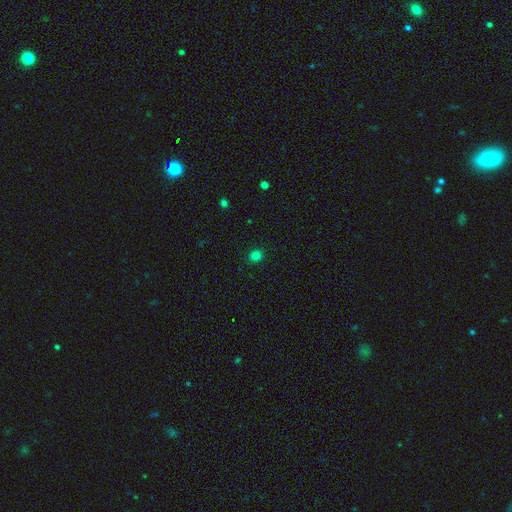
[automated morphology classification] This appears to be a smooth galaxy with no disk features (79%) that is round (80%). Merging: none (90%).